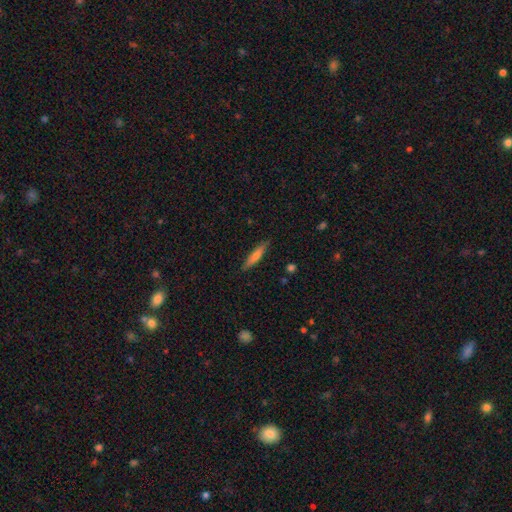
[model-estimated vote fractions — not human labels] A smooth galaxy with no disk features (58%) that is cigar-shaped (87%). Merging: none (87%).